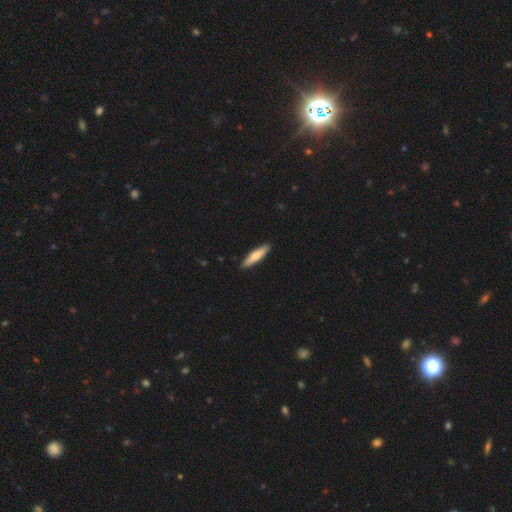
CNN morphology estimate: Smooth or featured?
  - smooth: 71% *
  - featured or disk: 24%
  - star or artifact: 5%
How rounded?
  - cigar-shaped: 81% *
  - in between: 17%
  - round: 1%
Merging?
  - none: 91% *
  - minor disturbance: 7%
  - major disturbance: 1%
  - merger: 1%